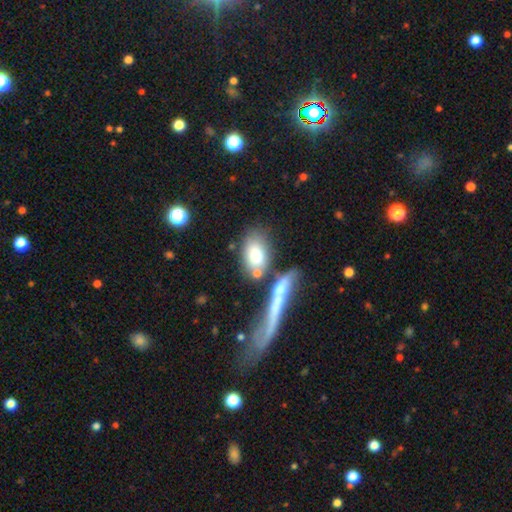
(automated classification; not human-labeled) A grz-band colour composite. It shows a smooth galaxy with no disk features (72%) that is in between round and cigar-shaped (77%). Merging: none (53%).